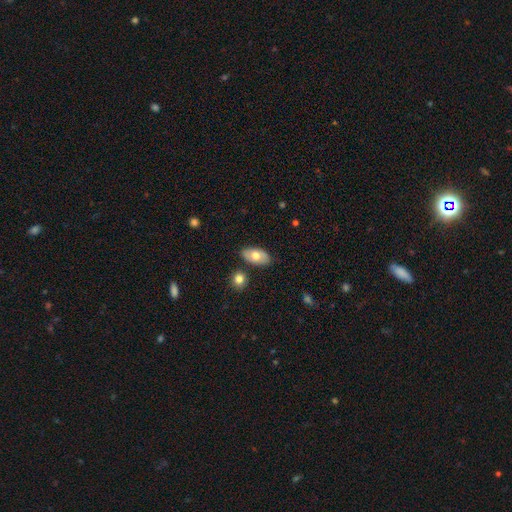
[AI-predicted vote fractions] Smooth or featured? Predicted: smooth (p=0.65). How rounded? Predicted: in between (p=0.93). Merging? Predicted: none (p=0.81).